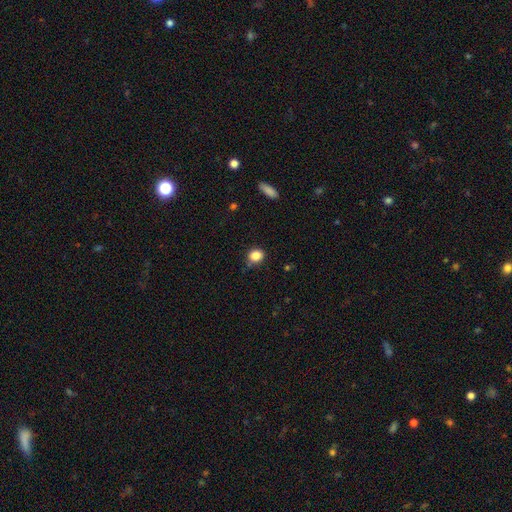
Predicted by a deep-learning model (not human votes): smooth_or_featured: smooth (p=0.85) [alt: star or artifact p=0.11]
how_rounded: round (p=0.73) [alt: in between p=0.26]
merging: none (p=0.77) [alt: minor disturbance p=0.17]